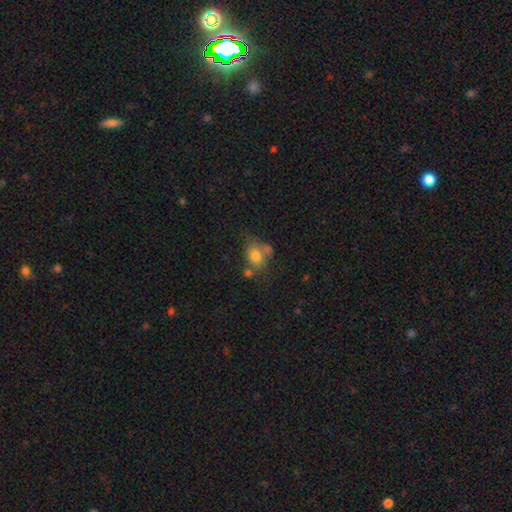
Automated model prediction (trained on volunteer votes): Smooth or featured? smooth (74%)
How rounded? in between (55%)
Merging? none (41%)